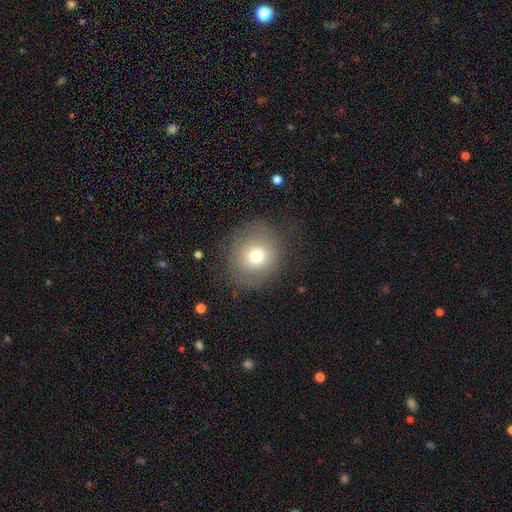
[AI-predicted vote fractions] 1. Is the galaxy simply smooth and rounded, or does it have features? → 71% smooth, 17% featured or disk, 12% star or artifact.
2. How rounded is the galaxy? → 84% round, 15% in between, 1% cigar-shaped.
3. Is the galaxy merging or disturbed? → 75% none, 15% minor disturbance, 9% major disturbance, 1% merger.